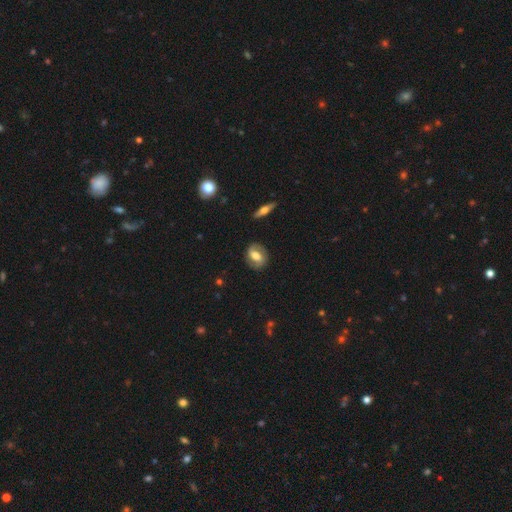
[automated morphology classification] A featured or disk galaxy (49%). Merging: none (82%).